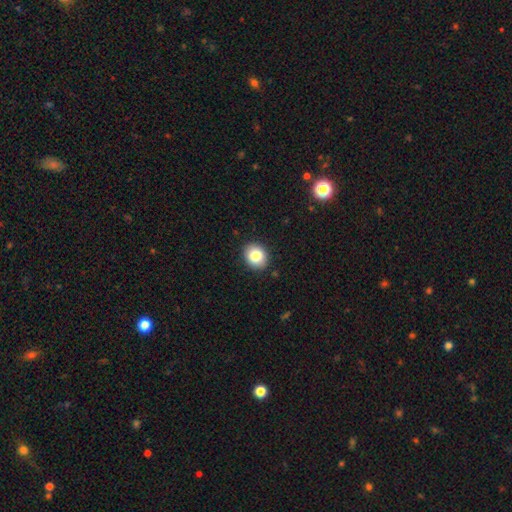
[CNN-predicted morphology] type=smooth (83%); roundness=round (58%); merging=none (90%).